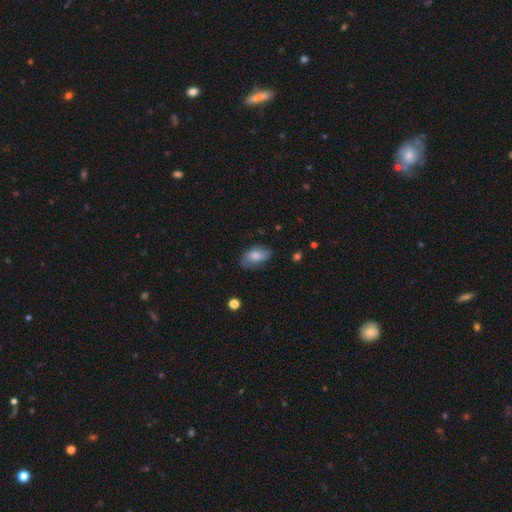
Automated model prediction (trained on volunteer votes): This is likely a smooth galaxy (76%). How rounded: clearly in between (92%). Merging: likely none (70%).